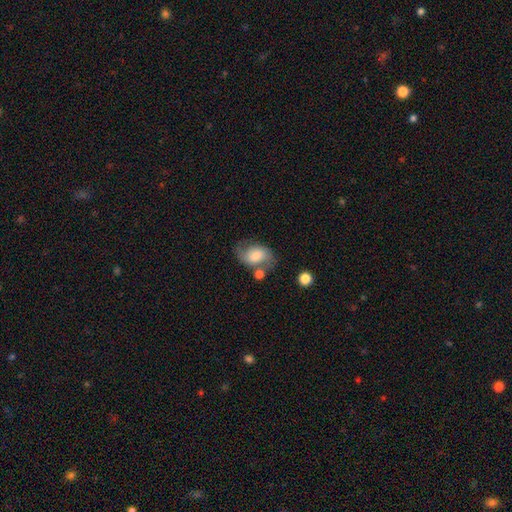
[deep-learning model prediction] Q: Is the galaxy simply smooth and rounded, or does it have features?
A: smooth — 47%.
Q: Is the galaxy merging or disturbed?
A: none — 53%.